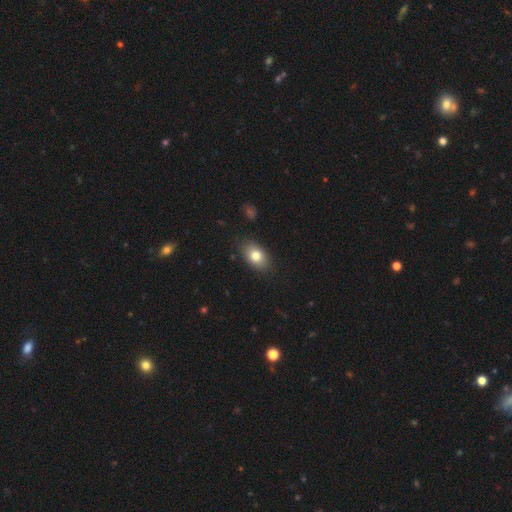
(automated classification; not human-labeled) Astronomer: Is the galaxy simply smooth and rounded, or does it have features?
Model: smooth — 80%.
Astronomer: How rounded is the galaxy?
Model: in between — 86%.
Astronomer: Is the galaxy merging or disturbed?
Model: none — 84%.